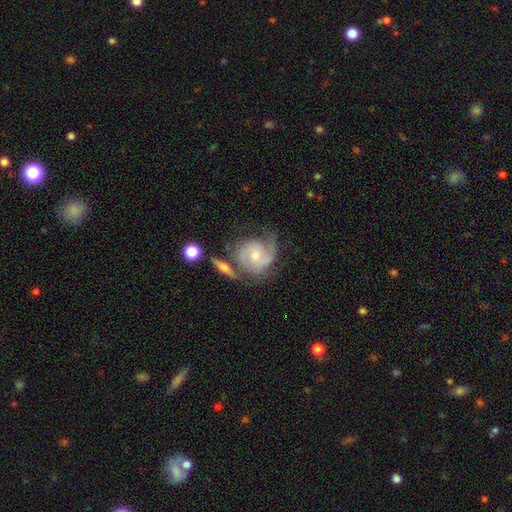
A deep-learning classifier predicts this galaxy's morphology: Q: Smooth or featured?
A: featured or disk (79%); runner-up: smooth (15%)
Q: Edge-on disk?
A: no (97%); runner-up: yes (3%)
Q: Bar?
A: no (60%); runner-up: weak (34%)
Q: Spiral arms?
A: yes (94%); runner-up: no (6%)
Q: Spiral winding?
A: medium (44%); runner-up: tight (39%)
Q: Spiral arm count?
A: 2 (61%); runner-up: can't tell (14%)
Q: Bulge size?
A: moderate (47%); runner-up: small (44%)
Q: Merging?
A: none (47%); runner-up: minor disturbance (22%)